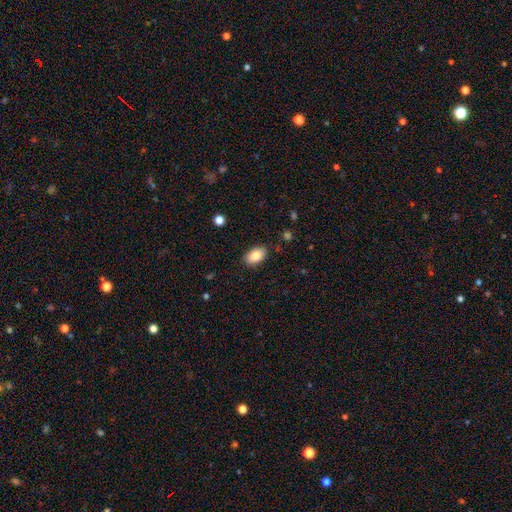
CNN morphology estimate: The model was most divided on "merging": none: 86%, minor disturbance: 10%, major disturbance: 2%, merger: 1%. More confident: how rounded — in between (93%); smooth or featured — smooth (86%).